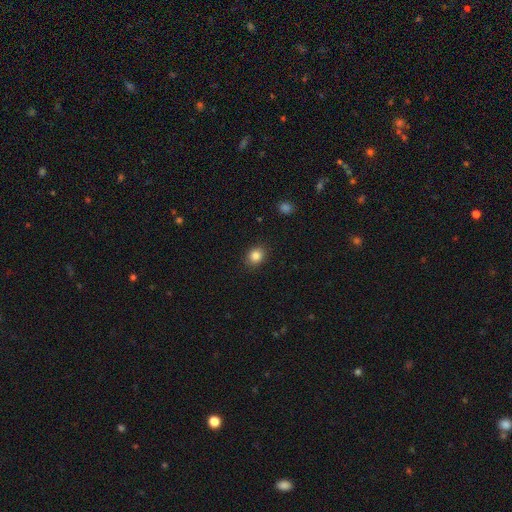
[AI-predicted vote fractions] This is clearly a smooth galaxy (85%). How rounded: possibly round (59%). Merging: clearly none (89%).